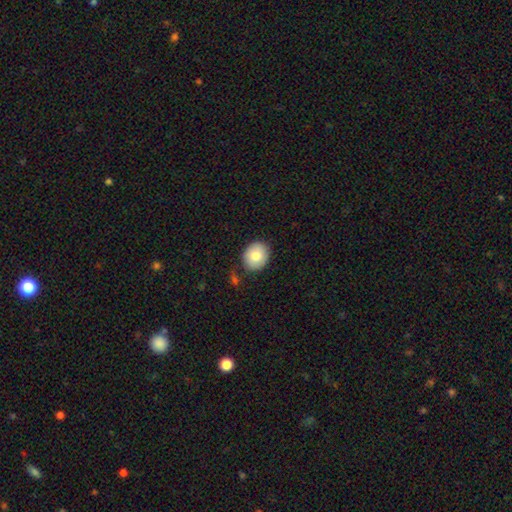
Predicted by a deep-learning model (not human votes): smooth 82%, featured or disk 11%, star or artifact 7%. Down the decision tree: how rounded — round (60%); merging — none (82%).